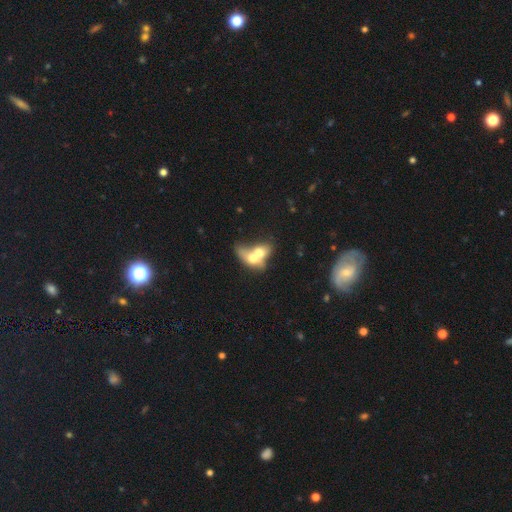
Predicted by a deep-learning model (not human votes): Q: Smooth or featured?
A: smooth (60%); runner-up: featured or disk (32%)
Q: How rounded?
A: in between (67%); runner-up: round (28%)
Q: Merging?
A: merger (81%); runner-up: none (10%)